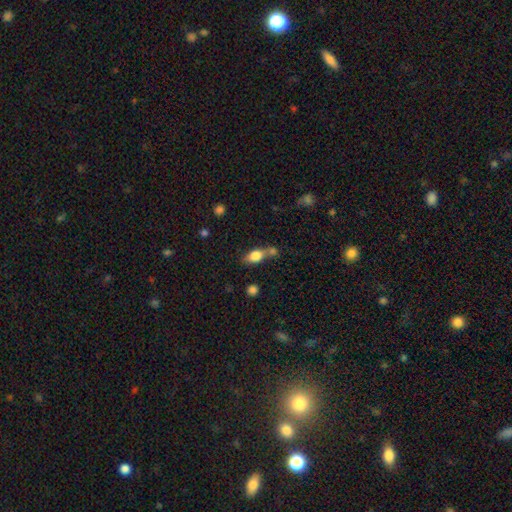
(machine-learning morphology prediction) The model was most divided on "merging": none: 44%, merger: 35%, minor disturbance: 15%, major disturbance: 6%. More confident: how rounded — in between (79%); smooth or featured — smooth (77%).